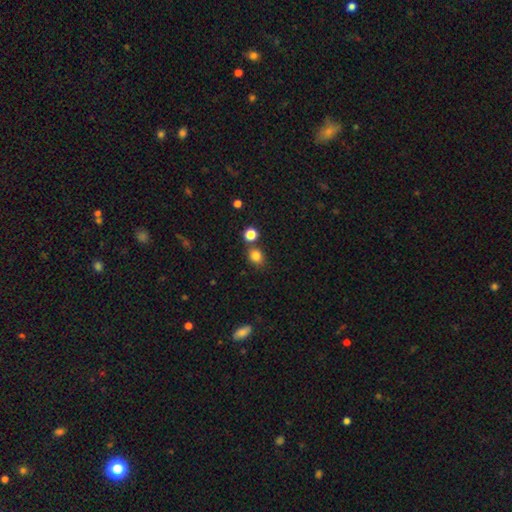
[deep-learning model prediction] The model was most divided on "how rounded": round: 63%, in between: 36%, cigar-shaped: 1%. More confident: smooth or featured — smooth (82%); merging — none (71%).